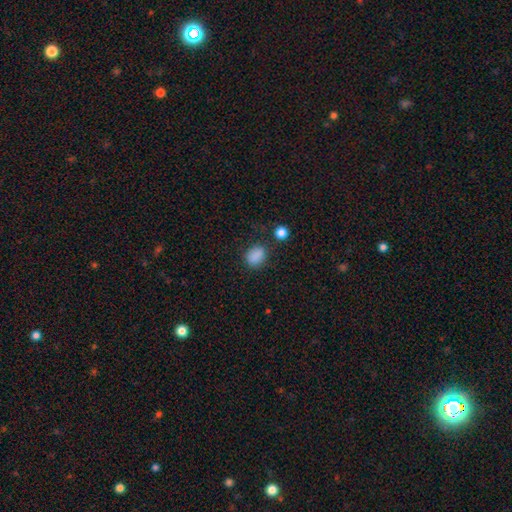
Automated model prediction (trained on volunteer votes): The model was most divided on "how rounded": in between: 68%, round: 30%, cigar-shaped: 1%. More confident: smooth or featured — smooth (86%); merging — none (75%).